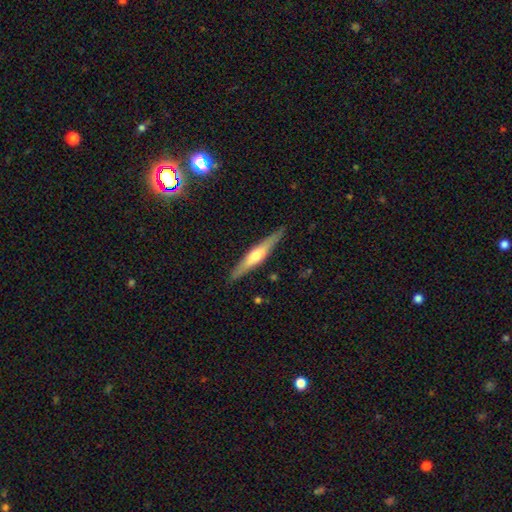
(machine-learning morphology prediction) Smooth or featured: featured or disk — 58% (smooth — 36%)
Edge-on disk: yes — 95% (no — 5%)
Edge-on bulge: rounded — 81% (none — 12%)
Merging: none — 88% (minor disturbance — 9%)